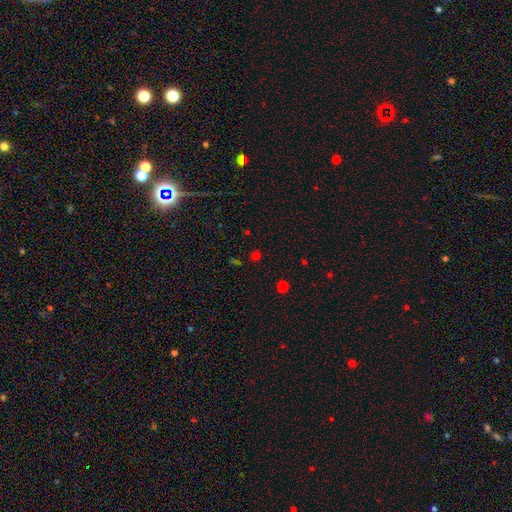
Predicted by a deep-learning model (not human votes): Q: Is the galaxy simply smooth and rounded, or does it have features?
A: smooth — 56%.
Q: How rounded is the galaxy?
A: round — 86%.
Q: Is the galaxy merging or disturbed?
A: none — 85%.